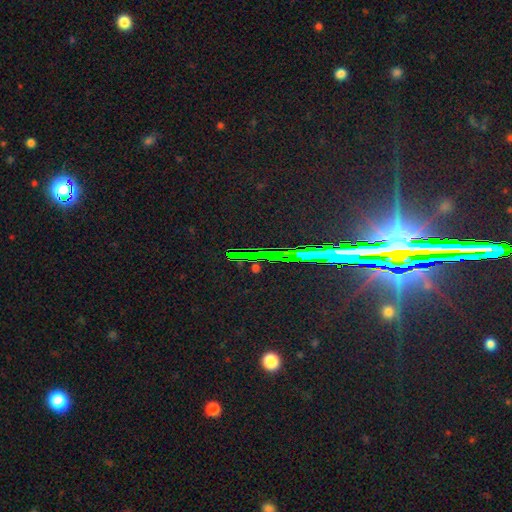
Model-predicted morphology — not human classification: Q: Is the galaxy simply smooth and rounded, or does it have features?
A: star or artifact — 81%.